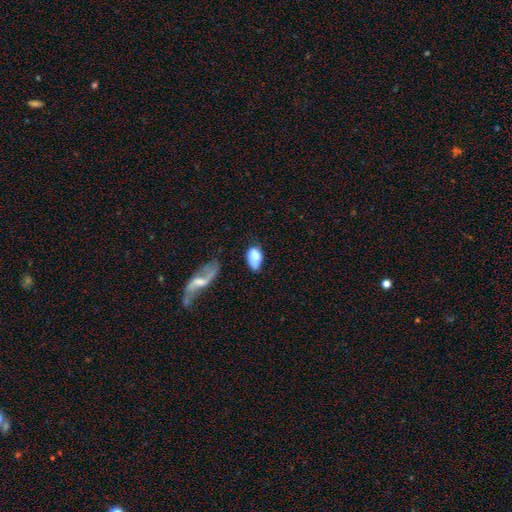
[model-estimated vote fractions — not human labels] A smooth galaxy with no disk features (72%) that is in between round and cigar-shaped (91%).

Vote fractions:
- Smooth or featured? smooth: 72% / featured or disk: 21% / star or artifact: 7%
- How rounded? in between: 91% / round: 7% / cigar-shaped: 2%
- Merging? none: 35% / minor disturbance: 34% / major disturbance: 21% / merger: 10%